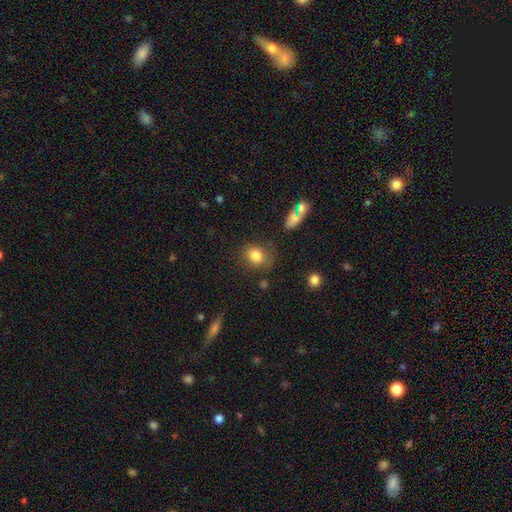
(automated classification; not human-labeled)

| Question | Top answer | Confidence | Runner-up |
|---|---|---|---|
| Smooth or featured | smooth | 82% | star or artifact (10%) |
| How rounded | round | 61% | in between (38%) |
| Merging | none | 74% | minor disturbance (17%) |